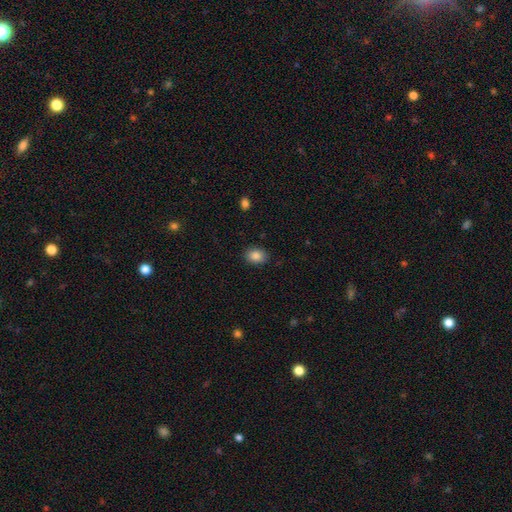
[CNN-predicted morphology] A smooth galaxy with no disk features (86%) that is in between round and cigar-shaped (67%). Merging: none (88%).